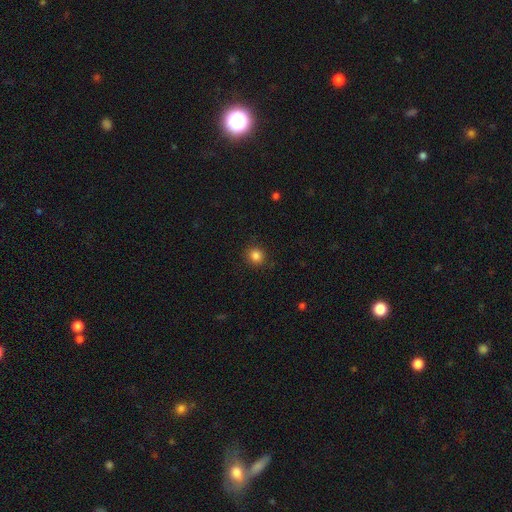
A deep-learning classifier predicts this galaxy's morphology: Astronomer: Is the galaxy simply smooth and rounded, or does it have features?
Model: smooth — 84%.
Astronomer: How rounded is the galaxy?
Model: round — 90%.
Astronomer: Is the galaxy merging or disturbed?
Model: none — 90%.